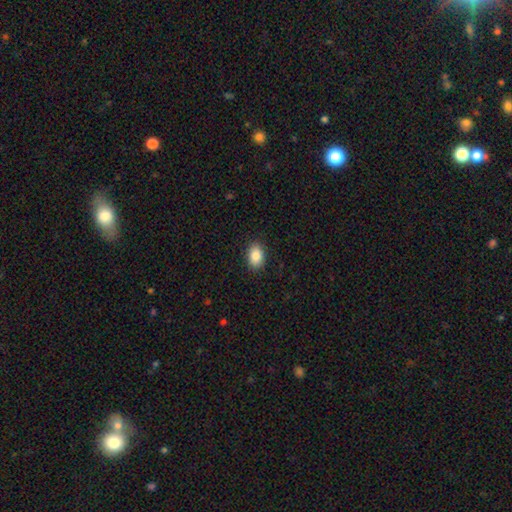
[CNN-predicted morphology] smooth_or_featured: smooth (p=0.87) [alt: star or artifact p=0.08]
how_rounded: in between (p=0.86) [alt: round p=0.13]
merging: none (p=0.89) [alt: minor disturbance p=0.08]